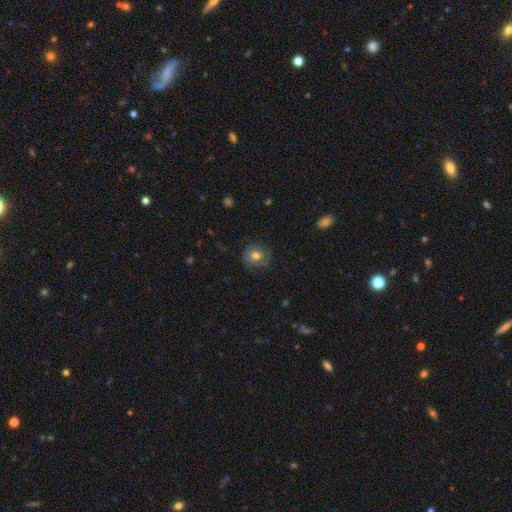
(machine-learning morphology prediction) smooth_or_featured: smooth (p=0.62) [alt: featured or disk p=0.27]
how_rounded: round (p=0.84) [alt: in between p=0.15]
merging: none (p=0.78) [alt: minor disturbance p=0.16]